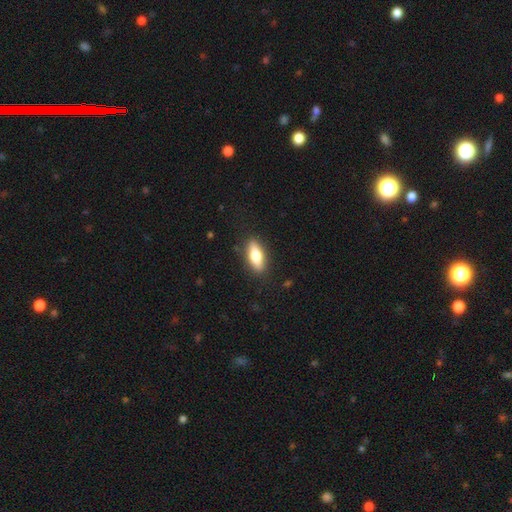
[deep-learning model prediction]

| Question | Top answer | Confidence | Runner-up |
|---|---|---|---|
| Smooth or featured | smooth | 68% | featured or disk (26%) |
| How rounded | in between | 67% | cigar-shaped (30%) |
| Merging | none | 87% | minor disturbance (9%) |